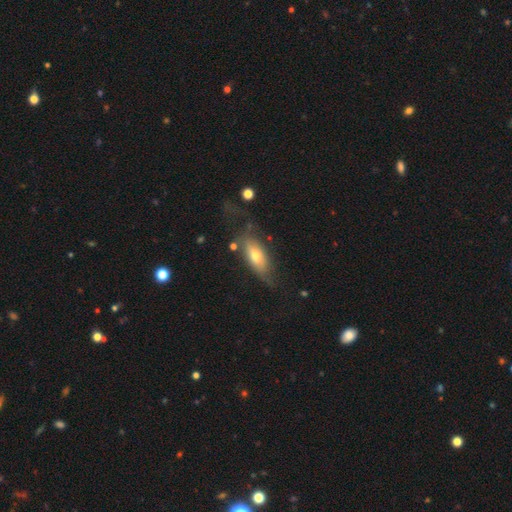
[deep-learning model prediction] smooth 57%, featured or disk 35%, star or artifact 8%. Down the decision tree: how rounded — in between (78%); merging — none (51%).